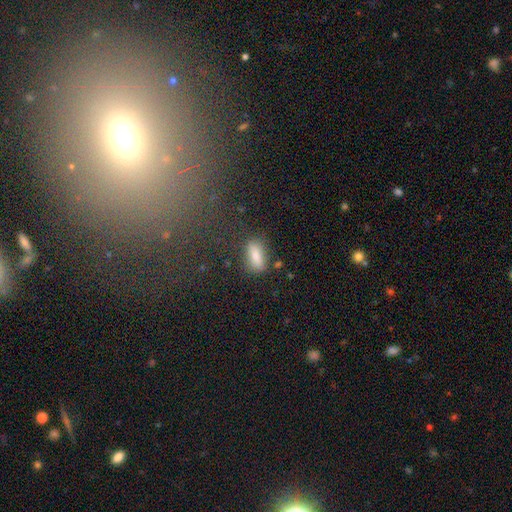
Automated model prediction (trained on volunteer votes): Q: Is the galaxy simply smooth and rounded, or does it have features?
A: smooth — 82%.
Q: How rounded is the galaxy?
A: in between — 74%.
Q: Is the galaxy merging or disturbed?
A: none — 71%.